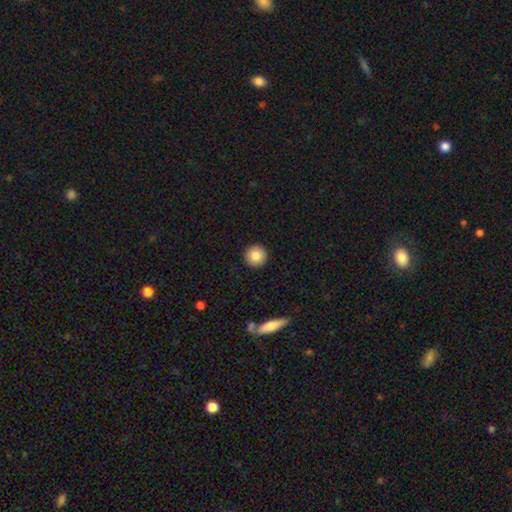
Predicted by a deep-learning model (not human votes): Overall: smooth (84%). How rounded: round (95%). Merging: none (93%).